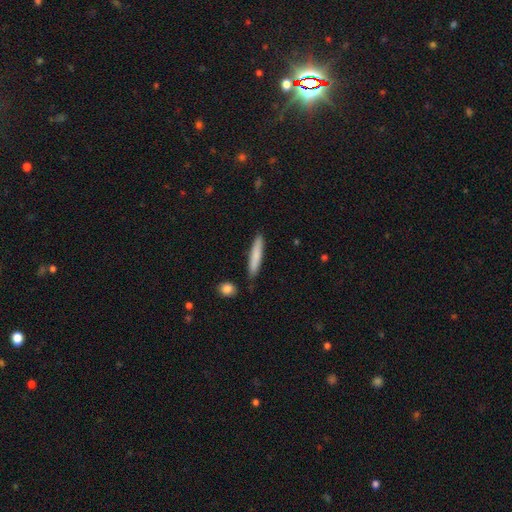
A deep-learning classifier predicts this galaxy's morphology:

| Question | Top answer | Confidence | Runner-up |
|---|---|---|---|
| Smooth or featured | smooth | 79% | featured or disk (16%) |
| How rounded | cigar-shaped | 93% | in between (6%) |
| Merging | none | 86% | minor disturbance (10%) |